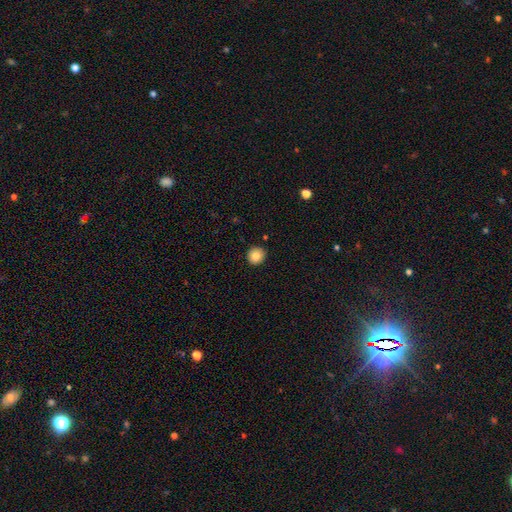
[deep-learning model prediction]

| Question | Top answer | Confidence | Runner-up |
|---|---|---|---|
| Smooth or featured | smooth | 82% | star or artifact (9%) |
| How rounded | round | 92% | in between (7%) |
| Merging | none | 92% | minor disturbance (6%) |